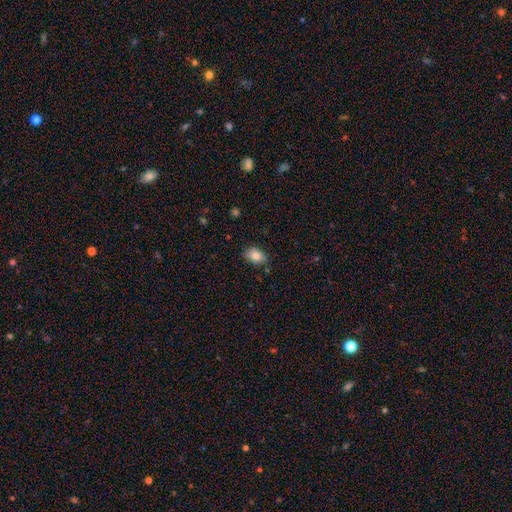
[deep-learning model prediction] Morphology: type=smooth (84%); roundness=in between (81%); merging=none (80%).